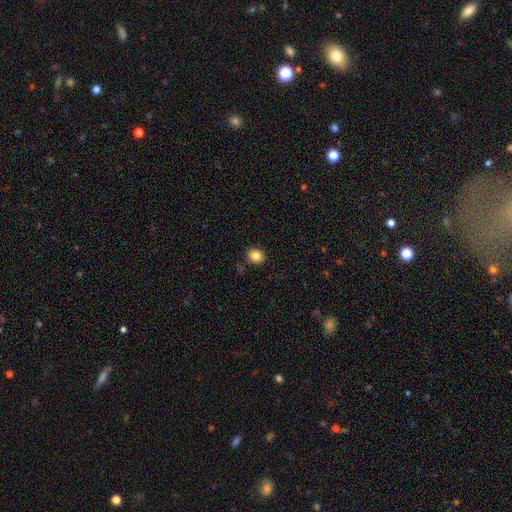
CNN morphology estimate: smooth 85%, star or artifact 10%, featured or disk 5%. Down the decision tree: how rounded — round (77%); merging — none (85%).